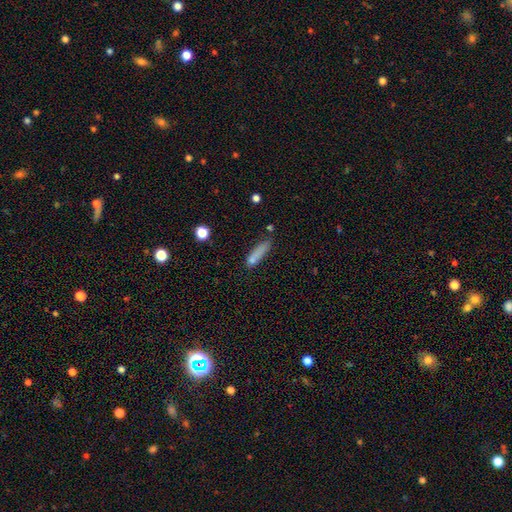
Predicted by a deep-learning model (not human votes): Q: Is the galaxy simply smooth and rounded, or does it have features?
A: smooth — 76%.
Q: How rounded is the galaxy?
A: cigar-shaped — 74%.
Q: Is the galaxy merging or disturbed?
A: none — 58%.